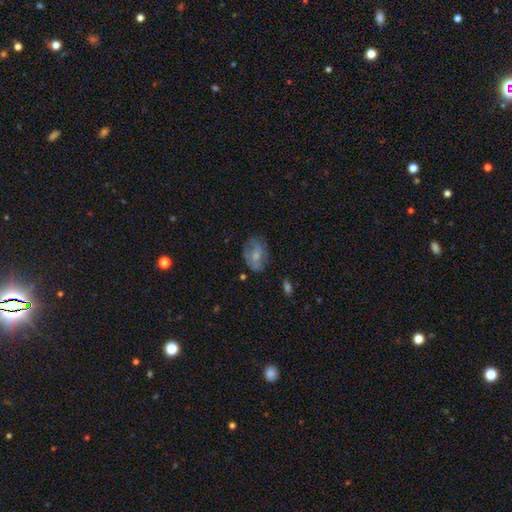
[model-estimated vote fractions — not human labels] Morphology: type=smooth (59%); roundness=in between (75%); merging=none (62%).